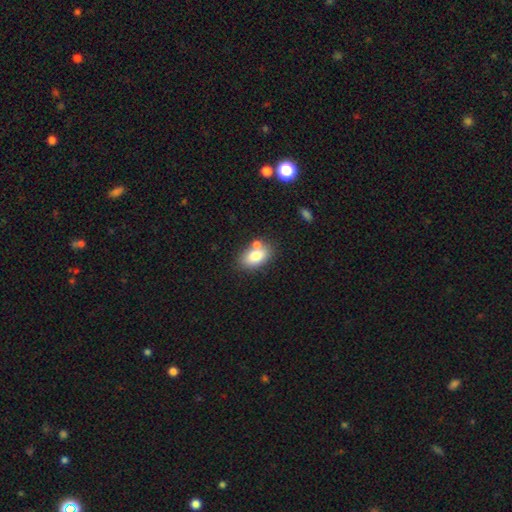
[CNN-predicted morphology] This appears to be a smooth galaxy with no disk features (78%) that is in between round and cigar-shaped (89%). Merging: none (63%).